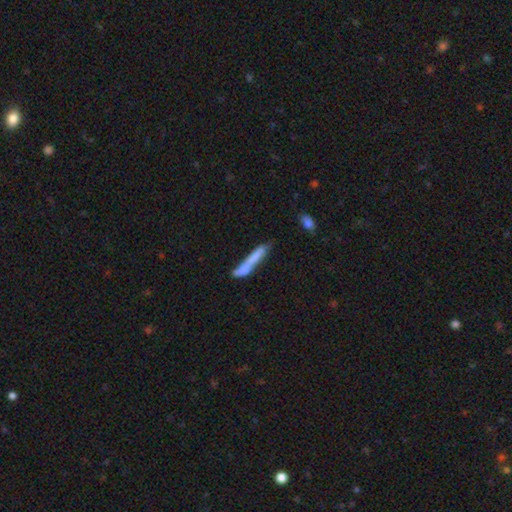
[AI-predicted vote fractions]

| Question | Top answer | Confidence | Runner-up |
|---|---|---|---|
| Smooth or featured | smooth | 62% | featured or disk (30%) |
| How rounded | cigar-shaped | 90% | in between (8%) |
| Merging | none | 42% | merger (23%) |